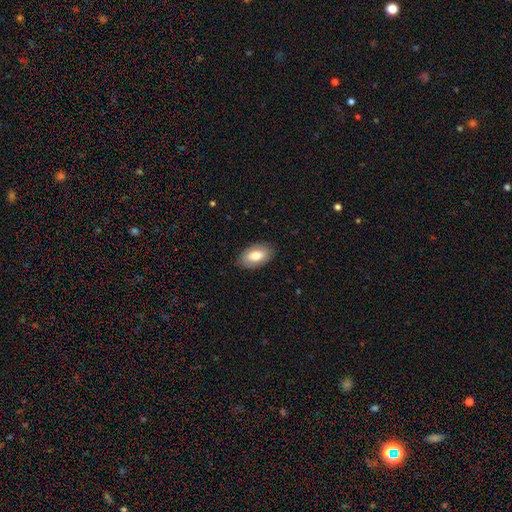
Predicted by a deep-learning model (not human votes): Morphology: type=smooth (73%); roundness=in between (93%); merging=none (86%).